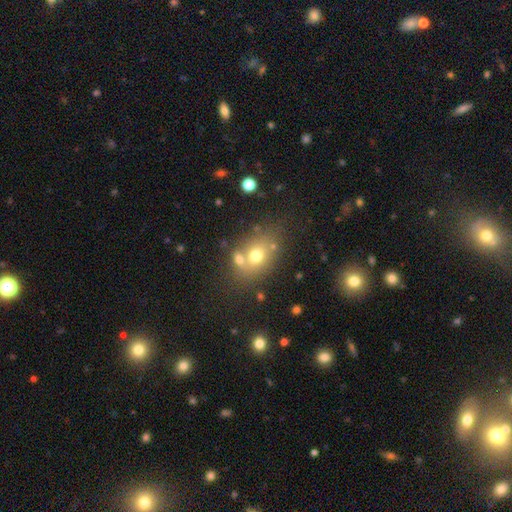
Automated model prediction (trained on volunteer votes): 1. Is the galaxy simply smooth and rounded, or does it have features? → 68% smooth, 18% featured or disk, 14% star or artifact.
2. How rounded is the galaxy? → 63% in between, 36% round, 1% cigar-shaped.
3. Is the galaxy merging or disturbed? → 54% none, 28% merger, 13% minor disturbance, 5% major disturbance.